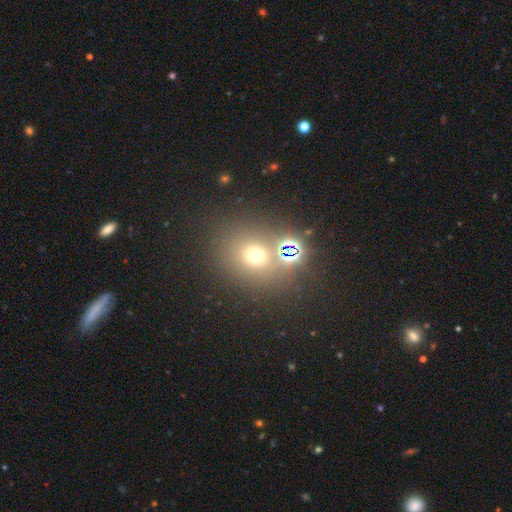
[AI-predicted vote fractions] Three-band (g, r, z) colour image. It shows a smooth galaxy with no disk features (61%) that is round (75%). Merging: none (72%).